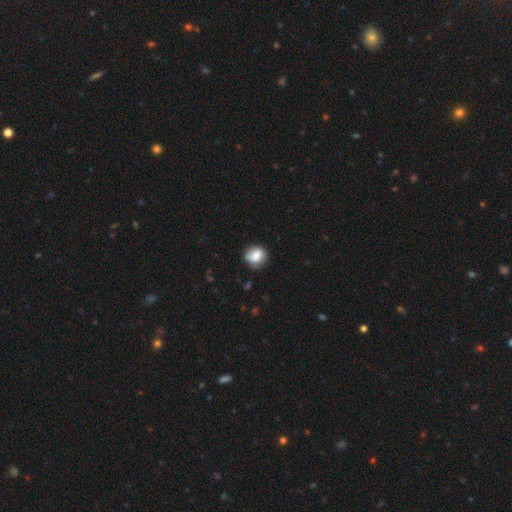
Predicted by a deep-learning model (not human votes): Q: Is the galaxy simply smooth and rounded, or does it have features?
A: smooth — 81%.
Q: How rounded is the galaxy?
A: round — 76%.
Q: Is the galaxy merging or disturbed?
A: none — 76%.